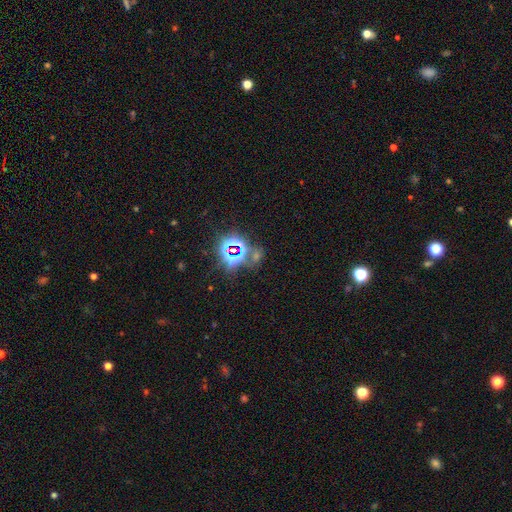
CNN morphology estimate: A star or artifact, not a galaxy (76%).

Vote fractions:
- Smooth or featured? star or artifact: 76% / smooth: 15% / featured or disk: 8%